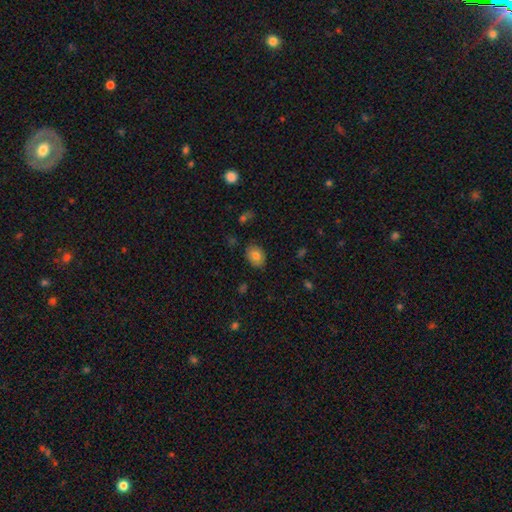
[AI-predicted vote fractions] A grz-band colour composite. It shows a smooth galaxy with no disk features (82%) that is in between round and cigar-shaped (67%). Merging: none (84%).